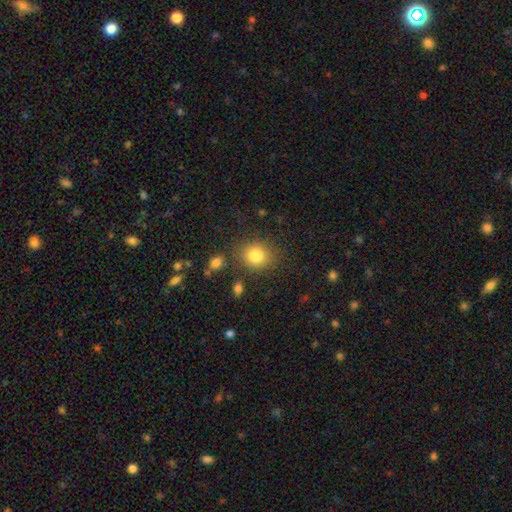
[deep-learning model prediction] smooth_or_featured: smooth (p=0.83) [alt: star or artifact p=0.11]
how_rounded: round (p=0.73) [alt: in between p=0.26]
merging: none (p=0.80) [alt: minor disturbance p=0.11]